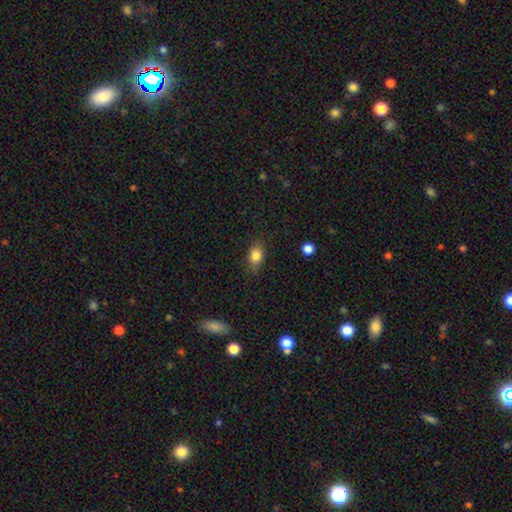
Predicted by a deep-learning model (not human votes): This appears to be a smooth galaxy with no disk features (83%) that is in between round and cigar-shaped (69%). Merging: none (81%).